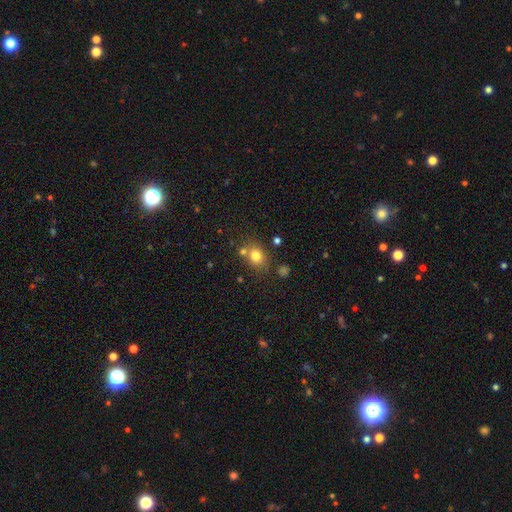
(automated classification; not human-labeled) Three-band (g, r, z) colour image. It shows a smooth galaxy with no disk features (77%) that is round (59%). Merging: none (66%).